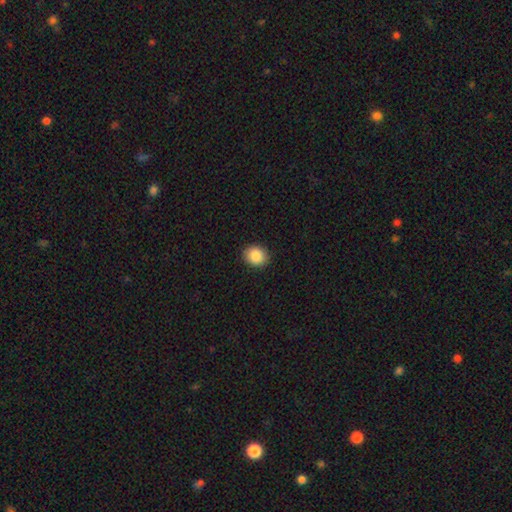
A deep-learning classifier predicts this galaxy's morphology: smooth 87%, star or artifact 8%, featured or disk 4%. Down the decision tree: how rounded — round (67%); merging — none (91%).